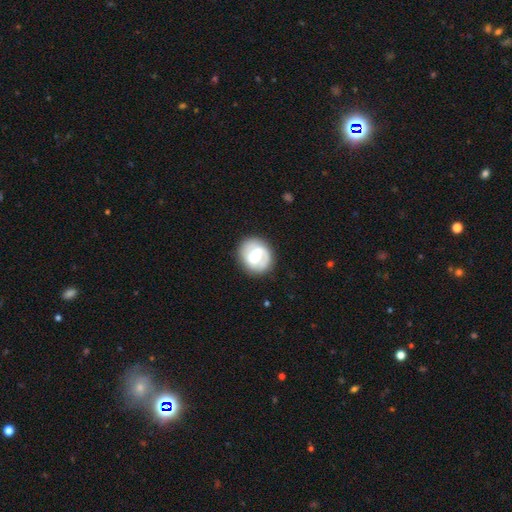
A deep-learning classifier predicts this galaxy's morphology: smooth-or-featured: featured or disk: 70% | smooth: 25% | star or artifact: 5%
  disk-edge-on: no: 97% | yes: 3%
    bar: weak: 45% | strong: 41% | no: 14%
    has-spiral-arms: yes: 76% | no: 24%
      spiral-winding: tight: 39% (tied) | medium: 39% (tied) | loose: 22%
      spiral-arm-count: 2: 75% | 1: 11% | can't tell: 11% | 3: 2% | 4: 1% | more than 4: 1%
    bulge-size: moderate: 56% | large: 23% | small: 16% | none: 3% | dominant: 2%
  merging: none: 81% | minor disturbance: 12% | major disturbance: 5% | merger: 1%